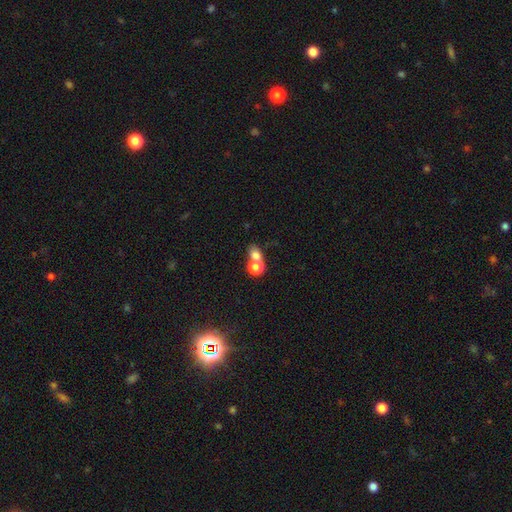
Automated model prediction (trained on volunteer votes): smooth_or_featured: smooth (p=0.72) [alt: star or artifact p=0.15]
how_rounded: in between (p=0.50) [alt: round p=0.48]
merging: merger (p=0.51) [alt: none p=0.36]